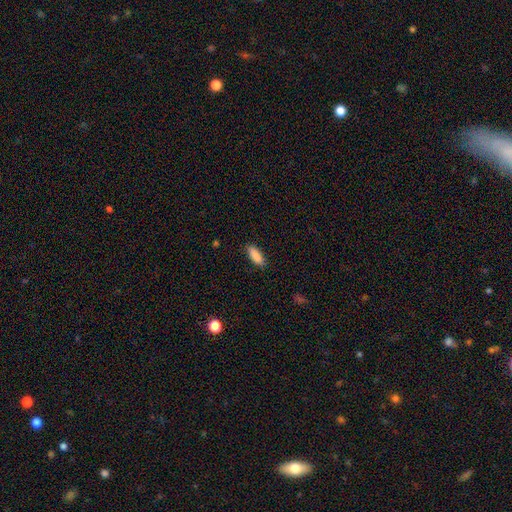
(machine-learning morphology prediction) This is clearly a smooth galaxy (88%). How rounded: likely in between (66%). Merging: clearly none (87%).